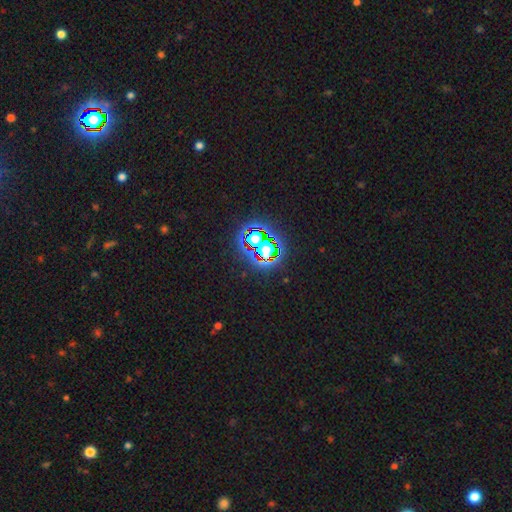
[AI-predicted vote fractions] This appears to be a star or artifact, not a galaxy (81%).